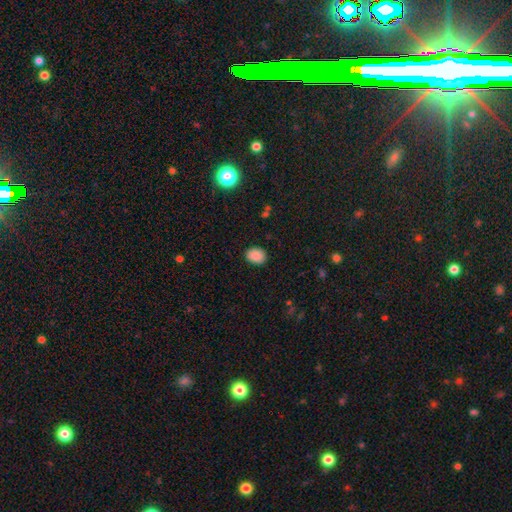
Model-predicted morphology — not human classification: Overall: smooth (88%). How rounded: in between (64%; round 35%). Merging: none (88%).